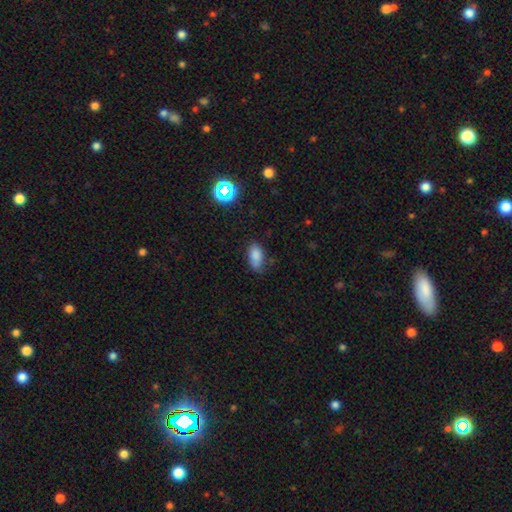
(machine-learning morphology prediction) type=smooth (82%); roundness=in between (89%); merging=none (63%).